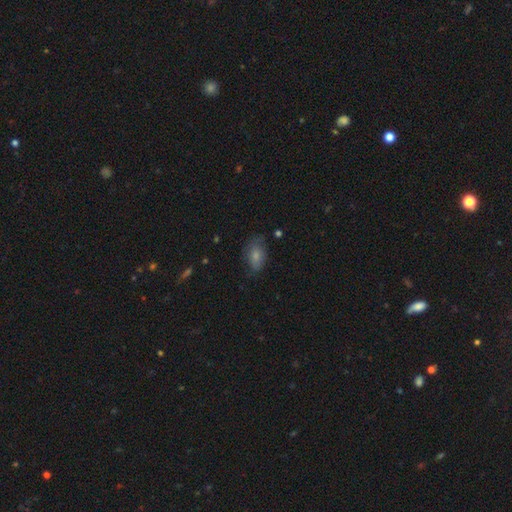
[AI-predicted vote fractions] smooth 57%, featured or disk 24%, star or artifact 19%. Down the decision tree: how rounded — in between (84%); merging — none (70%).